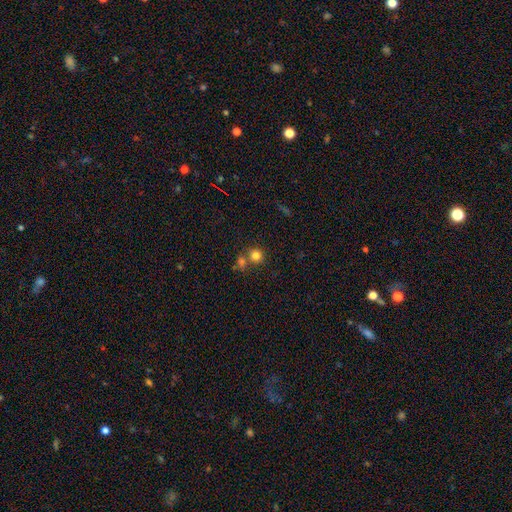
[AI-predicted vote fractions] Smooth or featured? smooth (80%)
How rounded? round (90%)
Merging? none (63%)